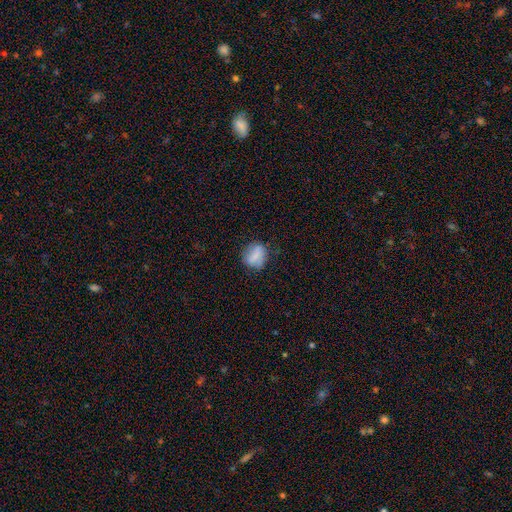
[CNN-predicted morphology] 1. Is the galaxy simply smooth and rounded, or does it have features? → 72% smooth, 18% featured or disk, 10% star or artifact.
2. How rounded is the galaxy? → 55% round, 42% in between, 3% cigar-shaped.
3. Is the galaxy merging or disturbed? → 69% none, 22% minor disturbance, 7% major disturbance, 2% merger.